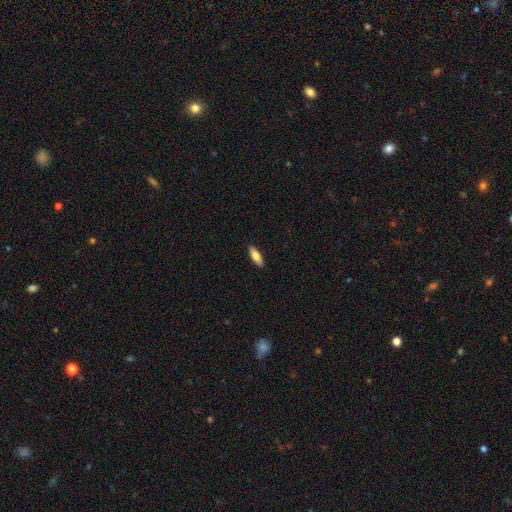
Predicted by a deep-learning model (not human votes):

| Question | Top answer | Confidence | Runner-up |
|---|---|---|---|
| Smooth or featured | smooth | 76% | featured or disk (18%) |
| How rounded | in between | 65% | cigar-shaped (33%) |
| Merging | none | 90% | minor disturbance (7%) |